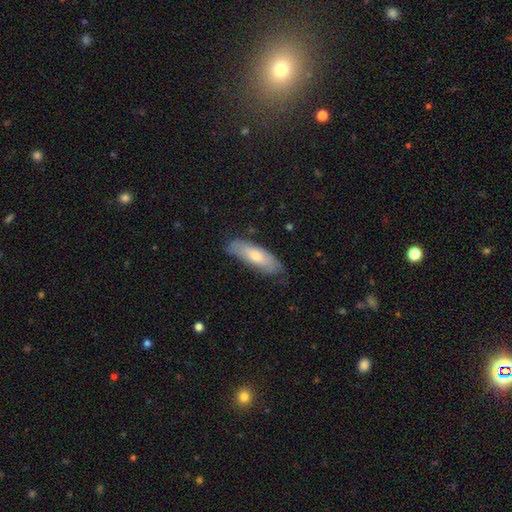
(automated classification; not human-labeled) Morphology: type=smooth (63%); roundness=in between (54%); merging=none (72%).